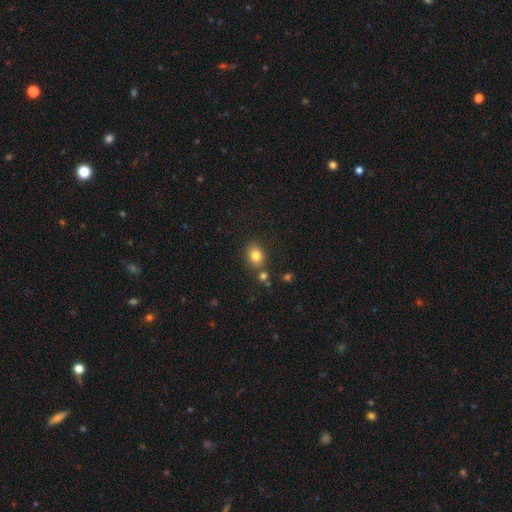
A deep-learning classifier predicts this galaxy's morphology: Overall: smooth (81%). How rounded: in between (52%; round 47%). Merging: none (75%).